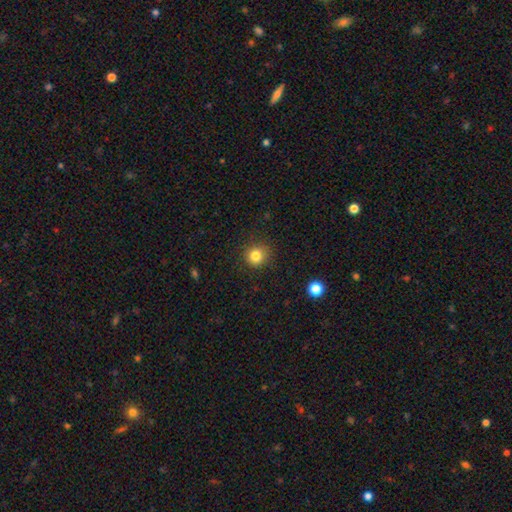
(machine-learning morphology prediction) Q: Smooth or featured?
A: smooth (82%); runner-up: star or artifact (12%)
Q: How rounded?
A: round (91%); runner-up: in between (8%)
Q: Merging?
A: none (86%); runner-up: minor disturbance (10%)